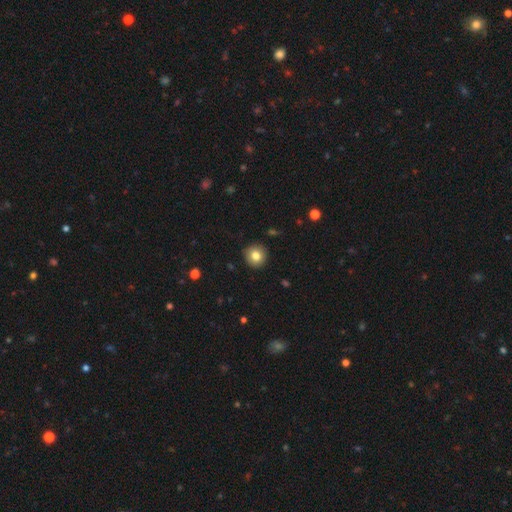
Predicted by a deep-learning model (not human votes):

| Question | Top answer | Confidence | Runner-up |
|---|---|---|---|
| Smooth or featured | smooth | 81% | star or artifact (10%) |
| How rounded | round | 94% | in between (5%) |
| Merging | none | 91% | minor disturbance (6%) |